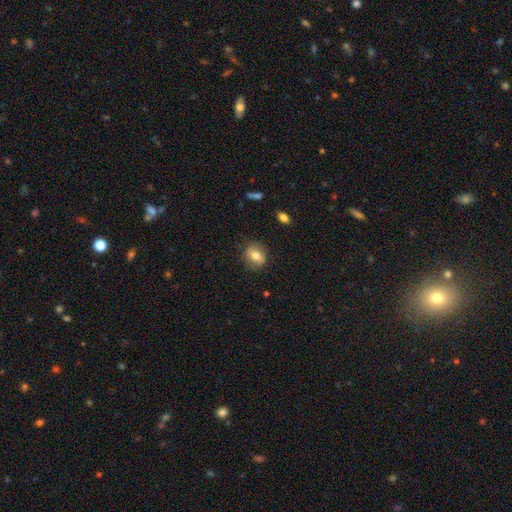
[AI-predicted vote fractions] smooth 68%, featured or disk 23%, star or artifact 9%. Down the decision tree: how rounded — round (53%); merging — none (81%).